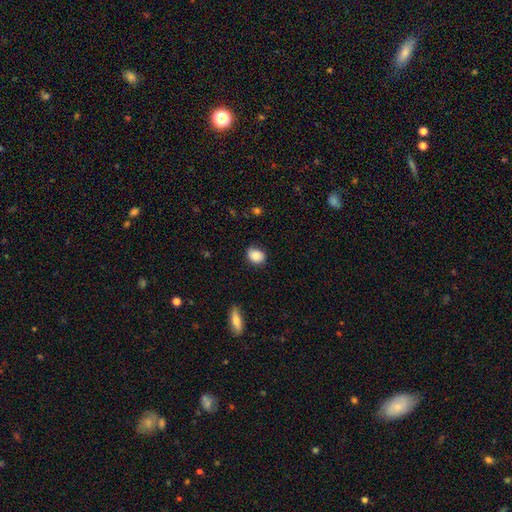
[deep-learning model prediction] Morphology: type=smooth (87%); roundness=in between (52%); merging=none (77%).